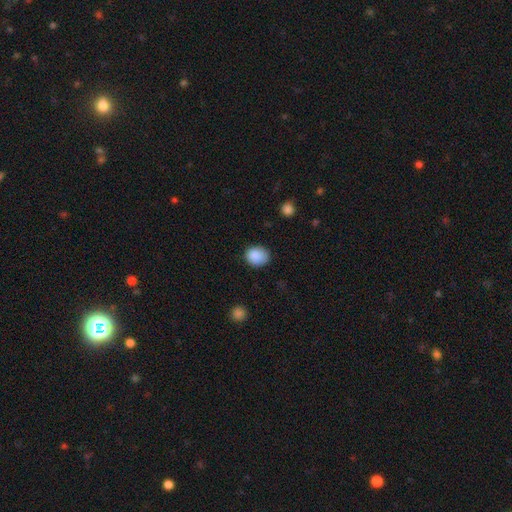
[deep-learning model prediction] This is clearly a smooth galaxy (88%). How rounded: likely round (66%). Merging: likely none (79%).